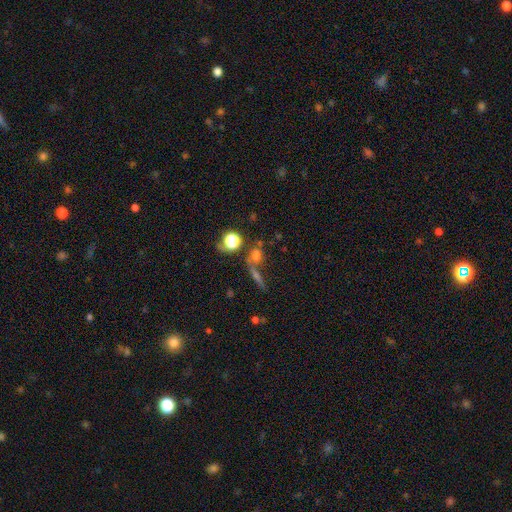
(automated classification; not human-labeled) Smooth or featured: smooth — 53% (star or artifact — 28%)
How rounded: round — 55% (in between — 29%)
Merging: none — 49% (merger — 31%)